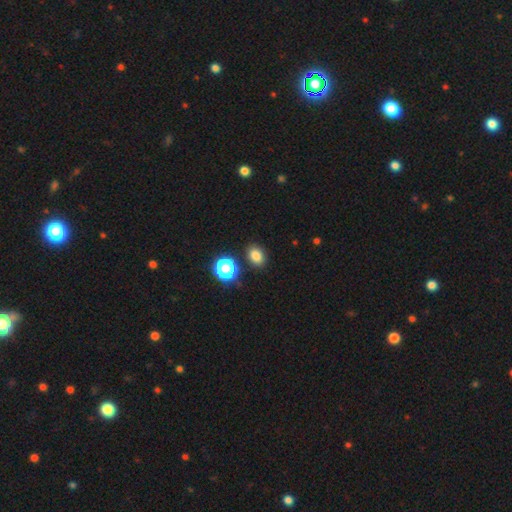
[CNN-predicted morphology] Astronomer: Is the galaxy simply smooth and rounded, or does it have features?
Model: smooth — 80%.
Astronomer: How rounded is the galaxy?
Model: in between — 64%.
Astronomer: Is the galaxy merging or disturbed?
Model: none — 84%.